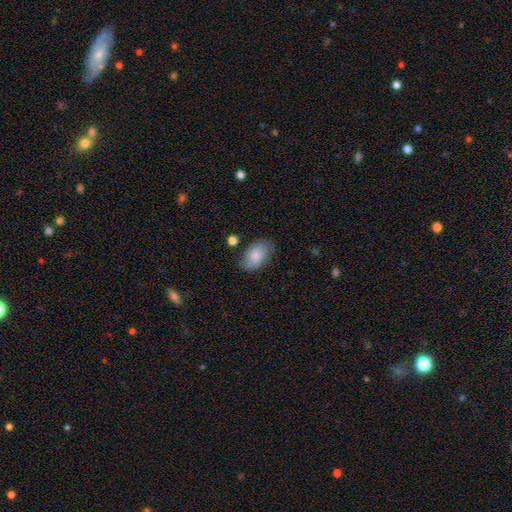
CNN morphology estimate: Smooth or featured? smooth (78%)
How rounded? in between (92%)
Merging? none (73%)